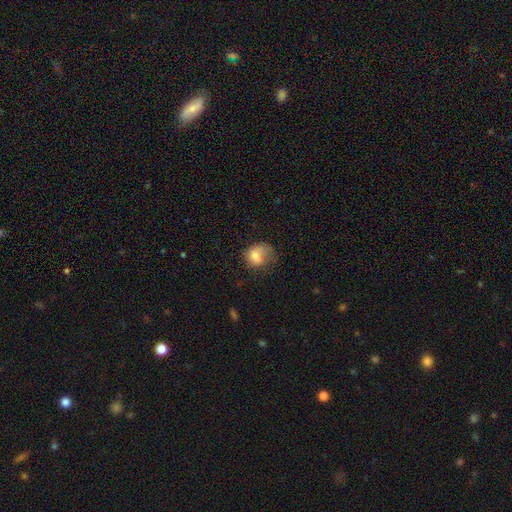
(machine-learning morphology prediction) A smooth galaxy with no disk features (73%) that is round (54%). Merging: major disturbance (35%).